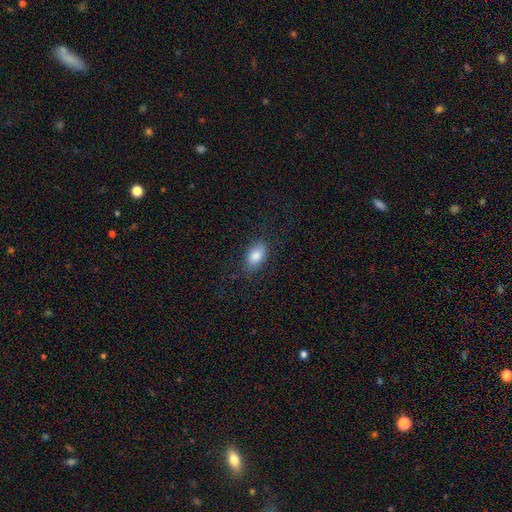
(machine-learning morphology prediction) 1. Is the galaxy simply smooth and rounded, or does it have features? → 83% smooth, 9% featured or disk, 8% star or artifact.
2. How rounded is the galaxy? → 90% in between, 6% round, 4% cigar-shaped.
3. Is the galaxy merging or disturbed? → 80% none, 13% minor disturbance, 5% major disturbance, 1% merger.